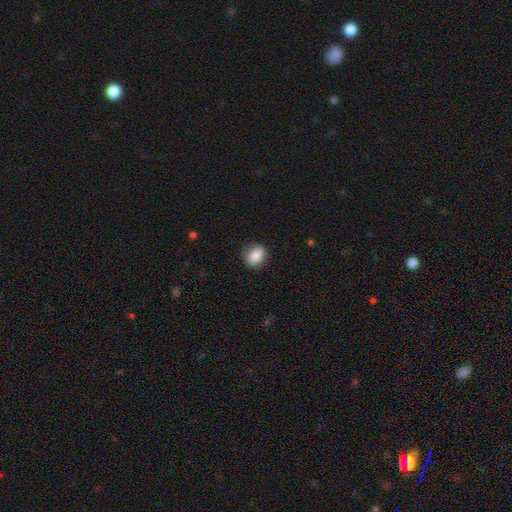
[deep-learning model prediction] A smooth galaxy with no disk features (84%) that is in between round and cigar-shaped (58%).

Vote fractions:
- Smooth or featured? smooth: 84% / featured or disk: 9% / star or artifact: 8%
- How rounded? in between: 58% / round: 40% / cigar-shaped: 2%
- Merging? none: 84% / minor disturbance: 13% / major disturbance: 3% / merger: 1%